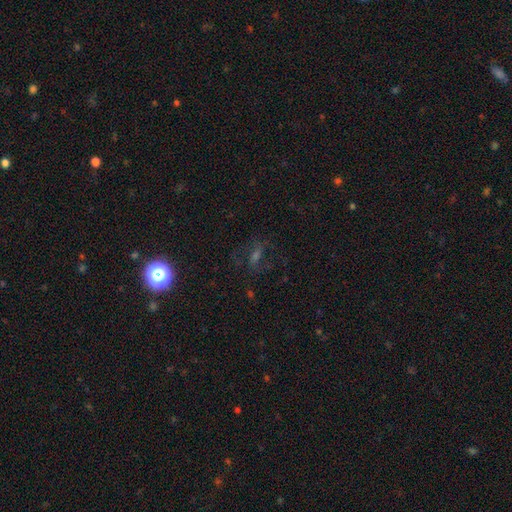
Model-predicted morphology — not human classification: A star or artifact, not a galaxy (38%).